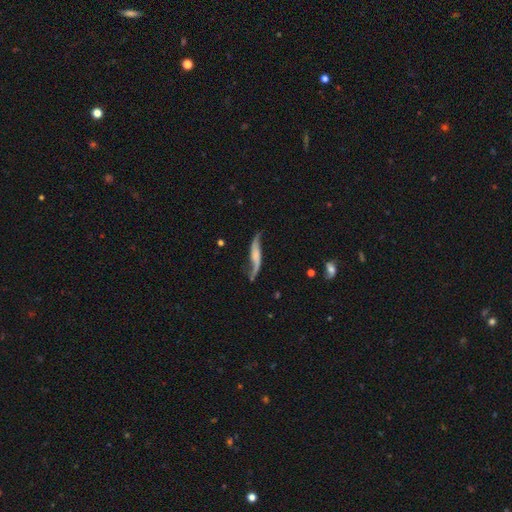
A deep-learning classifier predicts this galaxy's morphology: The model was most divided on "bar": no: 52%, weak: 30%, strong: 18%. More confident: spiral arms — yes (94%); spiral winding — loose (92%); spiral arm count — 2 (92%); smooth or featured — featured or disk (81%); edge-on disk — no (75%); merging — none (67%); bulge size — none (54%).